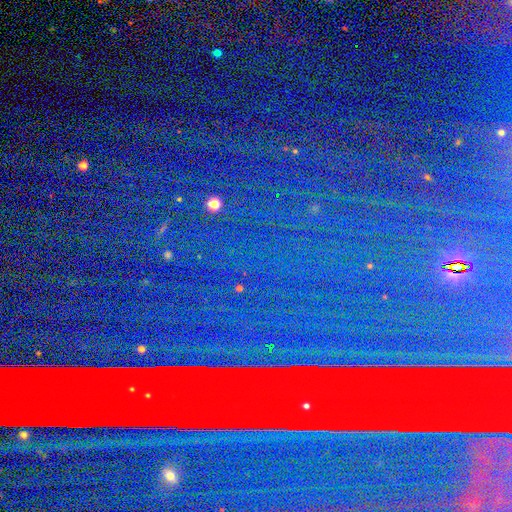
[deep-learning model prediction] This appears to be a star or artifact, not a galaxy (82%).